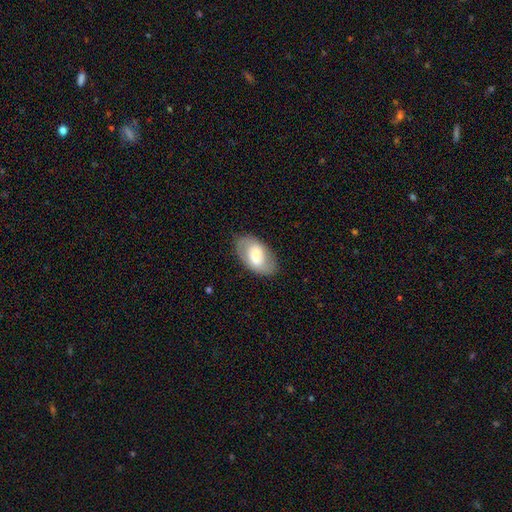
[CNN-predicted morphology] Smooth or featured?
  - smooth: 54% *
  - featured or disk: 39%
  - star or artifact: 6%
How rounded?
  - in between: 94% *
  - round: 5%
  - cigar-shaped: 2%
Merging?
  - none: 81% *
  - minor disturbance: 13%
  - major disturbance: 5%
  - merger: 1%